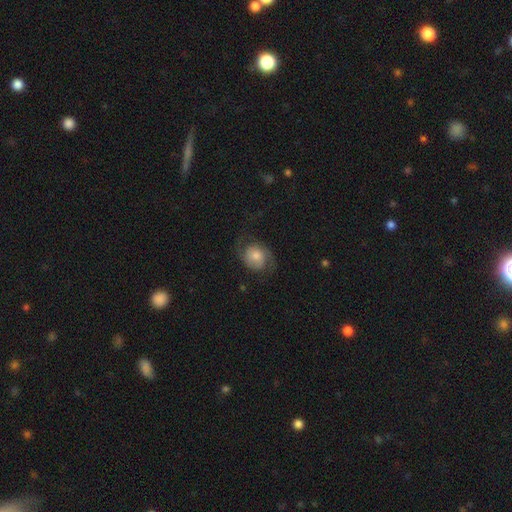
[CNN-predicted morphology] This is likely a featured or disk galaxy (60%). It is clearly not viewed edge-on (97%). Bar: likely no (74%). Spiral arm pattern: clearly yes (89%). Spiral arm count: clearly 2 (86%). Spiral winding: marginally medium (43%). Central bulge: possibly moderate (50%). Merging: likely none (62%).